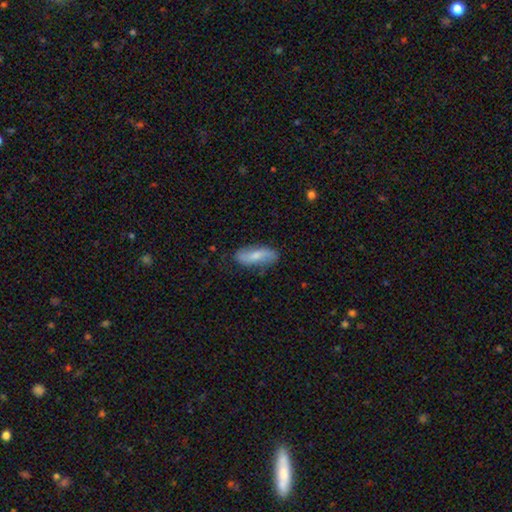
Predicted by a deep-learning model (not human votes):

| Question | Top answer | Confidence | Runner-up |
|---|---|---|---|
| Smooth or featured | smooth | 61% | featured or disk (33%) |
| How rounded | in between | 67% | cigar-shaped (30%) |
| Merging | none | 76% | minor disturbance (18%) |